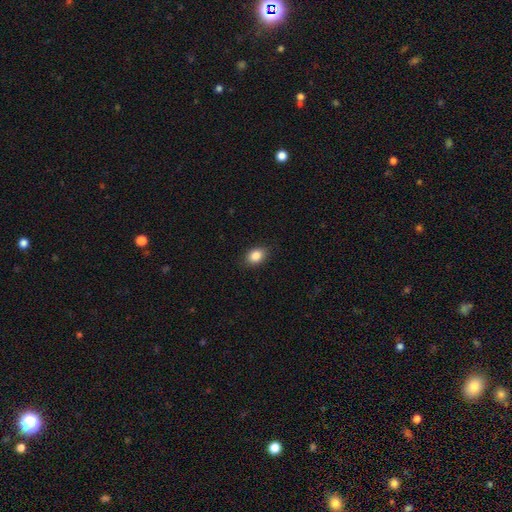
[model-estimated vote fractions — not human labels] Overall: smooth (86%). How rounded: in between (73%). Merging: none (88%).